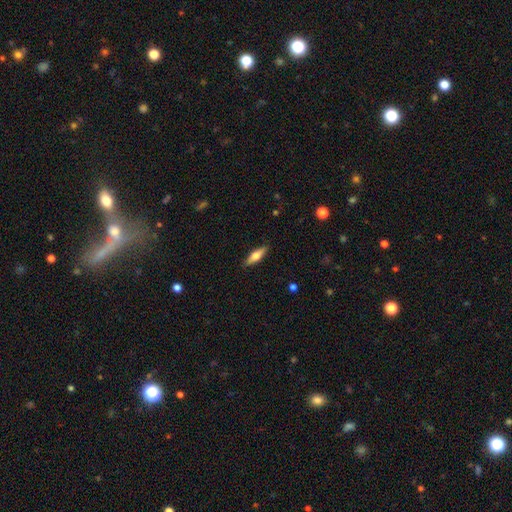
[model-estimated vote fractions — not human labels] Overall: smooth (56%; featured or disk 38%). How rounded: cigar-shaped (54%; in between 44%). Merging: none (89%).